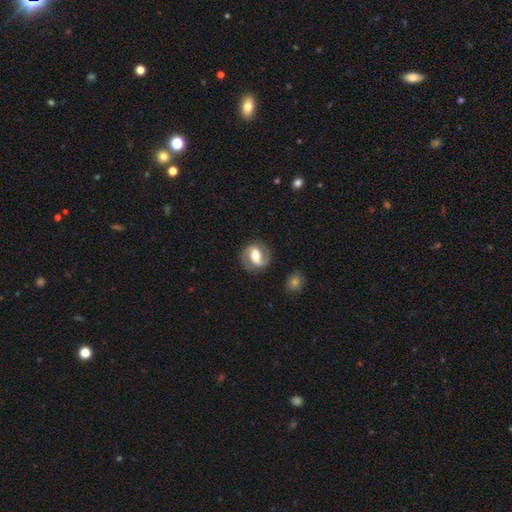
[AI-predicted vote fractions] Smooth or featured? Predicted: featured or disk (p=0.76). Edge-on disk? Predicted: no (p=0.97). Bar? Predicted: weak (p=0.39). Spiral arms? Predicted: yes (p=0.90). Spiral winding? Predicted: medium (p=0.47). Spiral arm count? Predicted: 2 (p=0.90). Bulge size? Predicted: moderate (p=0.66). Merging? Predicted: none (p=0.84).